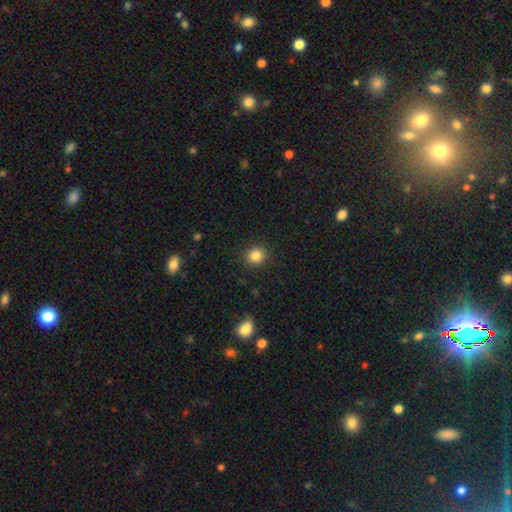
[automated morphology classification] The model was most divided on "smooth or featured": smooth: 84%, star or artifact: 11%, featured or disk: 5%. More confident: merging — none (91%); how rounded — round (88%).